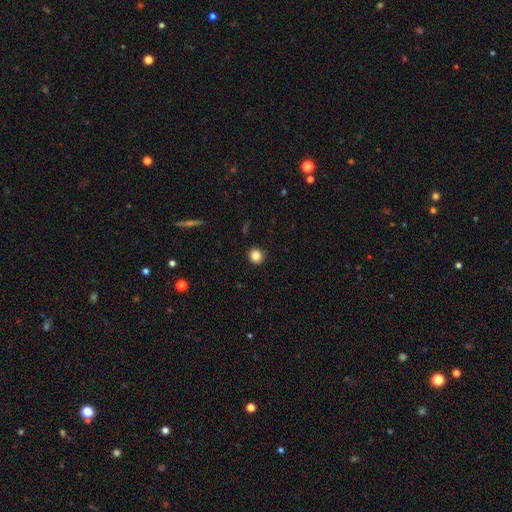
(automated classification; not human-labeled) Smooth or featured?
  - smooth: 84% *
  - star or artifact: 11%
  - featured or disk: 5%
How rounded?
  - round: 92% *
  - in between: 7%
  - cigar-shaped: 1%
Merging?
  - none: 92% *
  - minor disturbance: 5%
  - major disturbance: 2%
  - merger: 1%